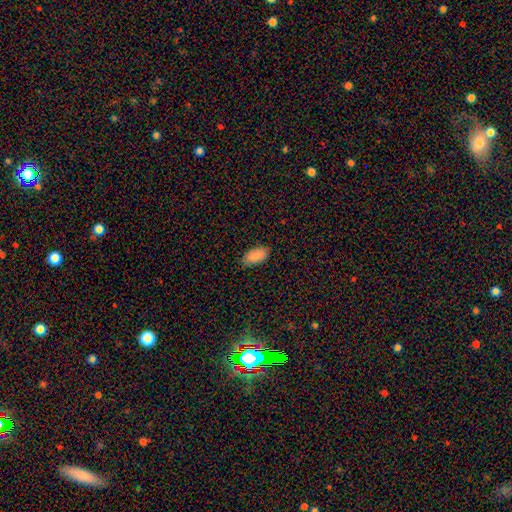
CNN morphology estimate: Smooth or featured? Predicted: smooth (p=0.89). How rounded? Predicted: in between (p=0.94). Merging? Predicted: none (p=0.81).